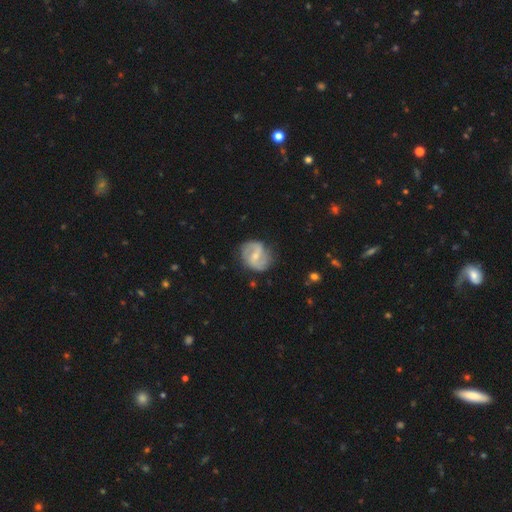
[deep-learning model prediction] Smooth or featured? featured or disk (76%)
Edge-on disk? no (98%)
Bar? weak (52%)
Spiral arms? yes (89%)
Spiral winding? medium (46%)
Spiral arm count? 2 (86%)
Bulge size? small (56%)
Merging? none (74%)